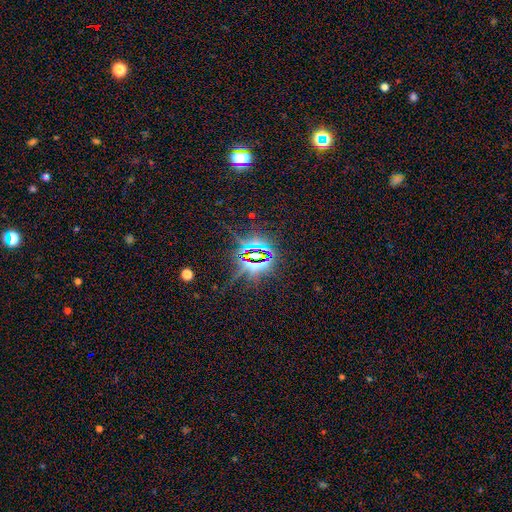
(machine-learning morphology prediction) Smooth or featured? star or artifact (83%)